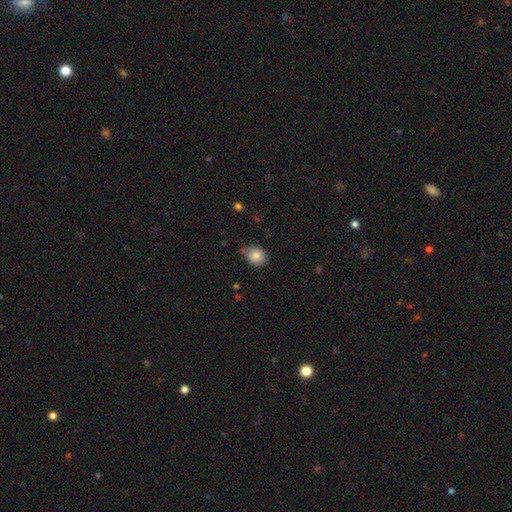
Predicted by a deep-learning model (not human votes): smooth_or_featured: smooth (p=0.85) [alt: star or artifact p=0.08]
how_rounded: round (p=0.65) [alt: in between p=0.34]
merging: none (p=0.68) [alt: minor disturbance p=0.24]